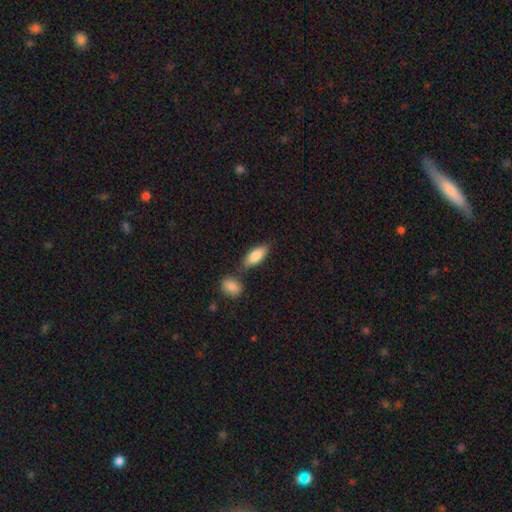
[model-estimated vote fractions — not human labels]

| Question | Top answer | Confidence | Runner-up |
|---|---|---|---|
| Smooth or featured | smooth | 83% | featured or disk (11%) |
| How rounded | in between | 82% | cigar-shaped (16%) |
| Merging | none | 68% | merger (15%) |